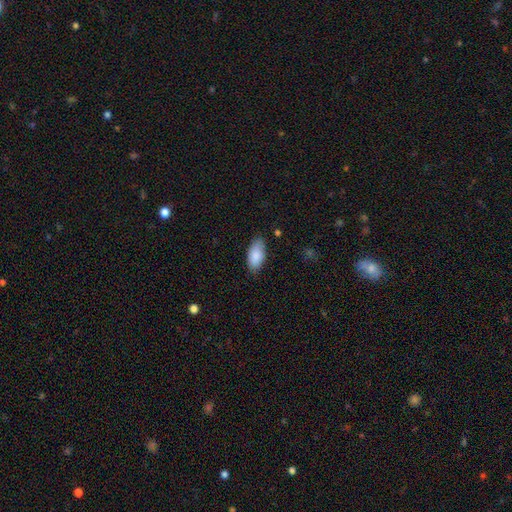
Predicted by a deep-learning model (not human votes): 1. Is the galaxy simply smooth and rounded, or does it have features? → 87% smooth, 7% featured or disk, 6% star or artifact.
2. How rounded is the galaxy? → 93% in between, 5% cigar-shaped, 2% round.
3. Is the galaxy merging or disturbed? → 80% none, 16% minor disturbance, 3% major disturbance, 1% merger.